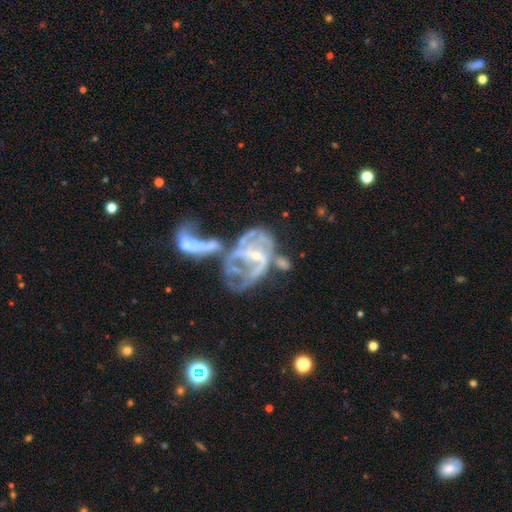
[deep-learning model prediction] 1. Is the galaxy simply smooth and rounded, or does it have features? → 82% featured or disk, 10% smooth, 9% star or artifact.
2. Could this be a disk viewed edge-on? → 97% no, 3% yes.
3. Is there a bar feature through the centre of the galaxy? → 53% no, 33% weak, 14% strong.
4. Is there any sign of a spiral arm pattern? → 74% yes, 26% no.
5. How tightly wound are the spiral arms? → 38% medium, 36% loose, 26% tight.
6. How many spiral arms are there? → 37% can't tell, 30% 2, 15% 3, 7% 1, 6% 4, 4% more than 4.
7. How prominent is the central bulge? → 64% small, 25% moderate, 9% none, 2% large, 1% dominant.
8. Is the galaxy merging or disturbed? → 48% merger, 32% major disturbance, 11% none, 8% minor disturbance.